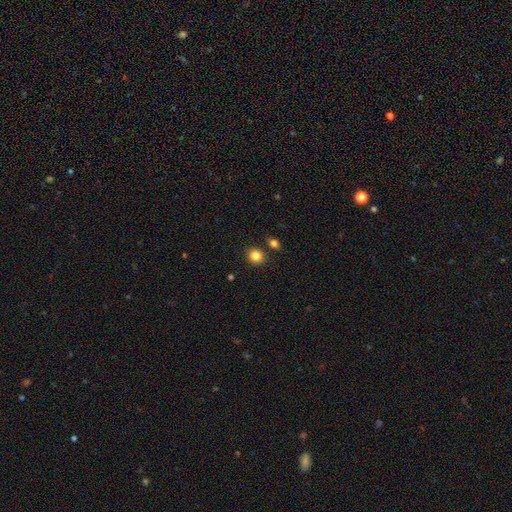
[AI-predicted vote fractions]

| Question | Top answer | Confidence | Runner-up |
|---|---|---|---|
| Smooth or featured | smooth | 84% | star or artifact (11%) |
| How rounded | round | 75% | in between (24%) |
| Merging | none | 85% | minor disturbance (8%) |